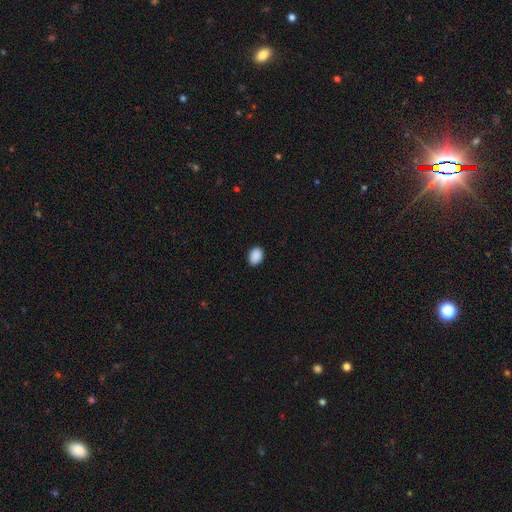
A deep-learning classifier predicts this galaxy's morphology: Smooth or featured: smooth — 90% (star or artifact — 8%)
How rounded: in between — 70% (round — 29%)
Merging: none — 90% (minor disturbance — 8%)